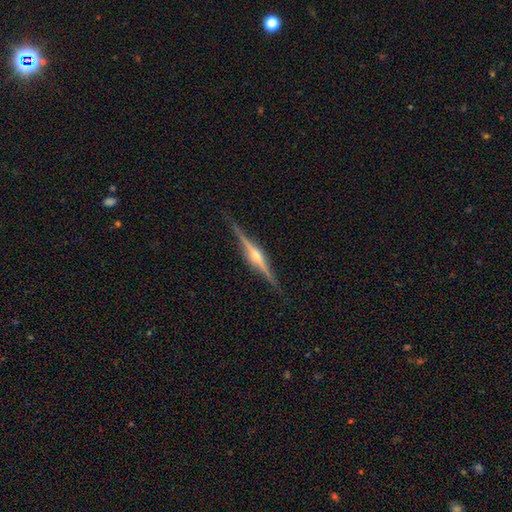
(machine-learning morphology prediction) smooth-or-featured: featured or disk: 87% | smooth: 8% | star or artifact: 5%
  disk-edge-on: yes: 98% | no: 2%
    edge-on-bulge: rounded: 87% | boxy: 8% | none: 5%
  merging: none: 89% | minor disturbance: 8% | major disturbance: 2% | merger: 1%